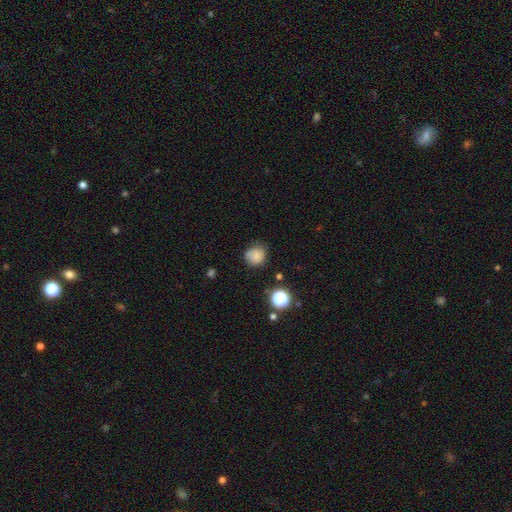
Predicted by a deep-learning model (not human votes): Morphology: type=smooth (77%); roundness=round (84%); merging=none (70%).